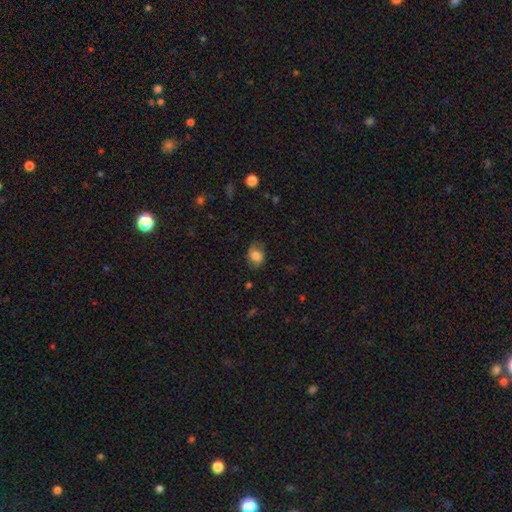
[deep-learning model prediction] Overall: smooth (73%). How rounded: in between (63%; round 36%). Merging: none (66%).